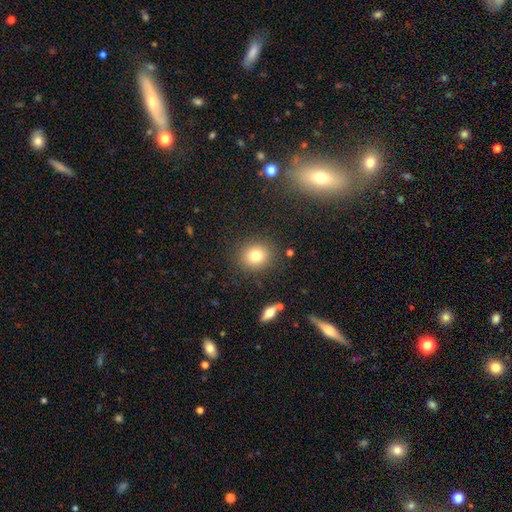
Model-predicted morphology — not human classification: Smooth or featured? smooth (79%)
How rounded? round (83%)
Merging? none (87%)